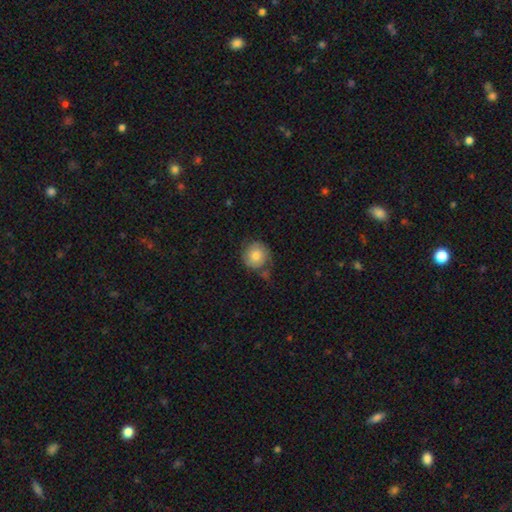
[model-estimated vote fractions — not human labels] Overall: smooth (75%). How rounded: round (91%). Merging: none (57%; minor disturbance 24%).